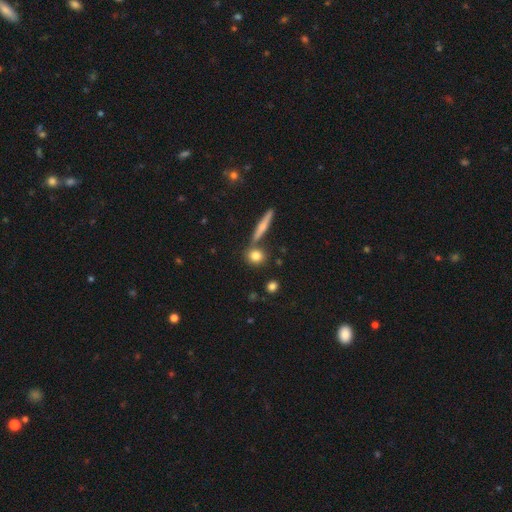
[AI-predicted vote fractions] The model was most divided on "how rounded": round: 72%, in between: 20%, cigar-shaped: 8%. More confident: smooth or featured — smooth (79%); merging — none (72%).